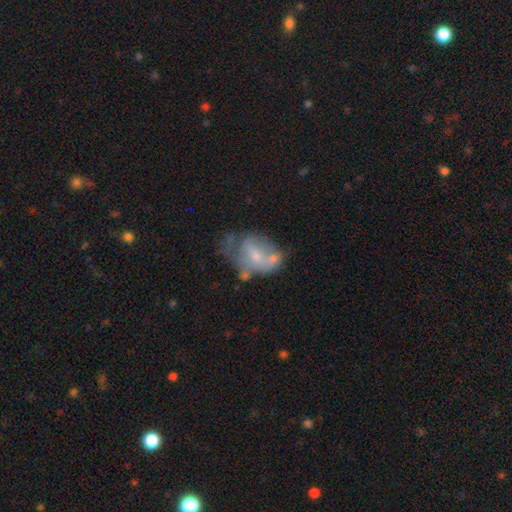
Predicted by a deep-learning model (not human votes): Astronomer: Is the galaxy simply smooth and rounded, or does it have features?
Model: featured or disk — 50% (runner-up: smooth, 41%).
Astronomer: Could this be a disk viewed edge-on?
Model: no — 96%.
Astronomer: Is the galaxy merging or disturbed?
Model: major disturbance — 27% (runner-up: merger, 25%).